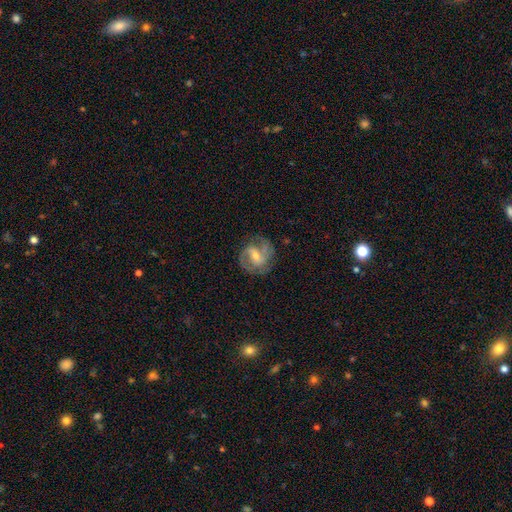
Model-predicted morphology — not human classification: A featured or disk galaxy (79%) with a weak bar (48%), 2 (78%) medium (51%) spiral arms (93%) and a small central bulge (49%). Merging: none (72%).